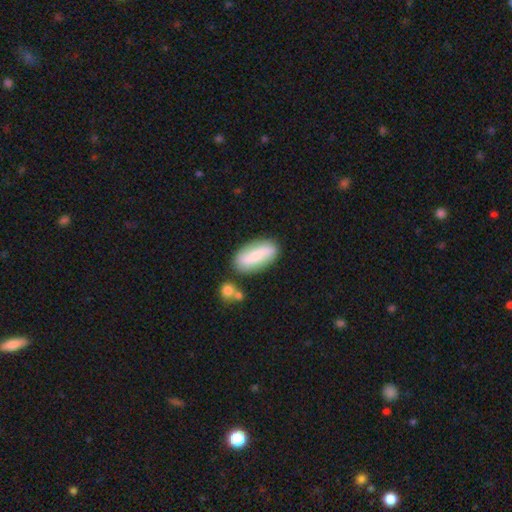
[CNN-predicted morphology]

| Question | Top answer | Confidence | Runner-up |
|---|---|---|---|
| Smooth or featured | smooth | 61% | featured or disk (33%) |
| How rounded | in between | 78% | cigar-shaped (18%) |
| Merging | none | 78% | minor disturbance (13%) |